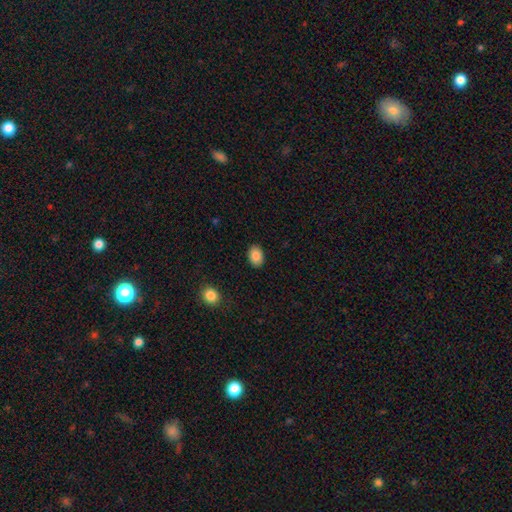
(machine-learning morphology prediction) A smooth galaxy with no disk features (87%) that is in between round and cigar-shaped (79%).

Vote fractions:
- Smooth or featured? smooth: 87% / star or artifact: 8% / featured or disk: 6%
- How rounded? in between: 79% / round: 20% / cigar-shaped: 1%
- Merging? none: 89% / minor disturbance: 8% / major disturbance: 2% / merger: 1%